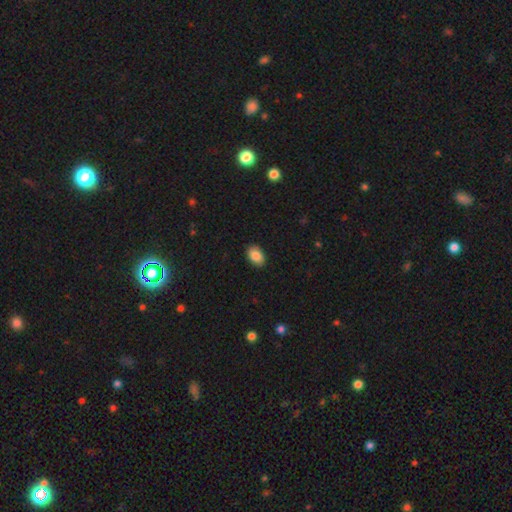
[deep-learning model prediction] Morphology: type=smooth (86%); roundness=in between (83%); merging=none (89%).